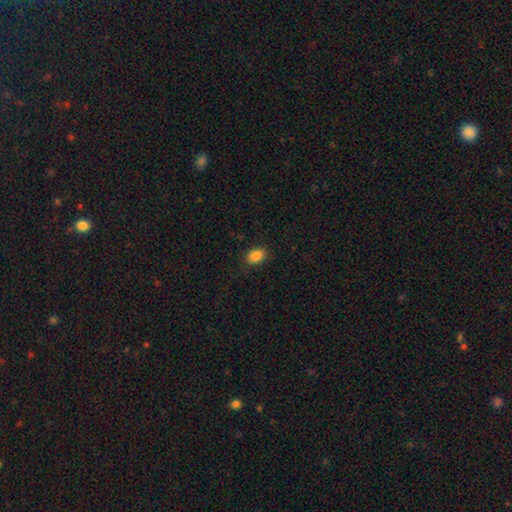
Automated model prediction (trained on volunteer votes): This appears to be a smooth galaxy with no disk features (87%) that is in between round and cigar-shaped (79%). Merging: none (85%).